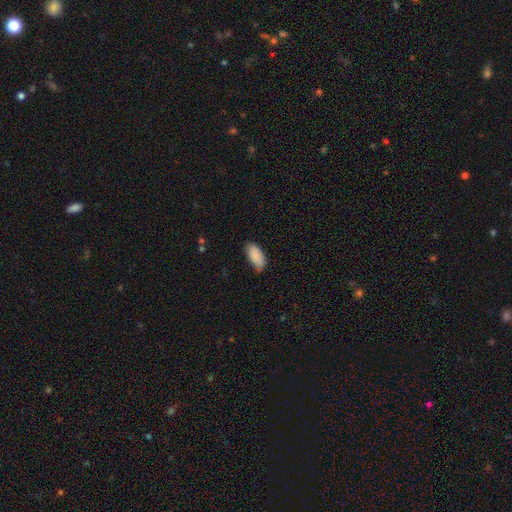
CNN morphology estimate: smooth-or-featured: smooth: 87% | featured or disk: 7% | star or artifact: 6%
  how-rounded: in between: 92% | cigar-shaped: 6% | round: 2%
  merging: none: 69% | minor disturbance: 26% | major disturbance: 4% | merger: 1%